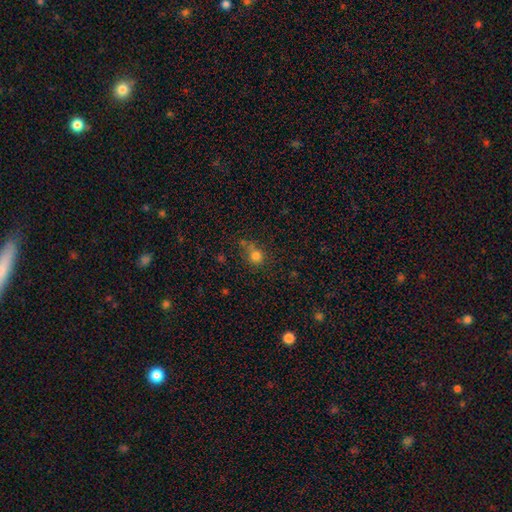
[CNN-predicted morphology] Smooth or featured? Predicted: smooth (p=0.78). How rounded? Predicted: round (p=0.82). Merging? Predicted: none (p=0.57).